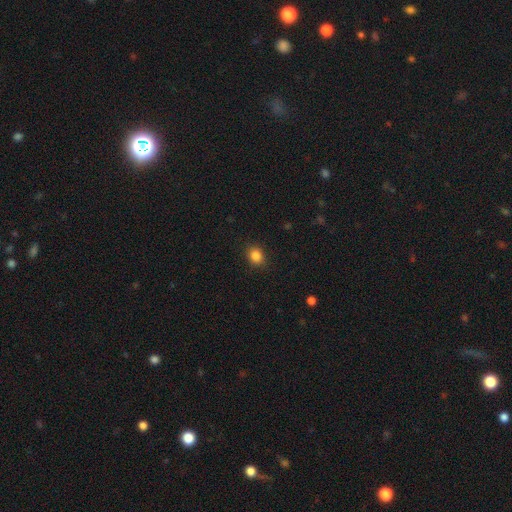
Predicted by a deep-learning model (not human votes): A smooth galaxy with no disk features (85%) that is round (63%). Merging: none (89%).